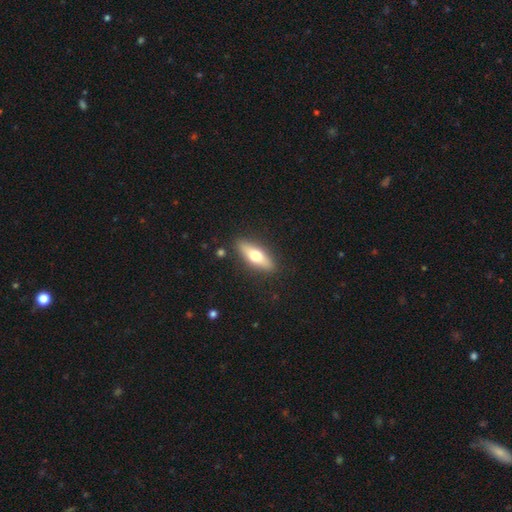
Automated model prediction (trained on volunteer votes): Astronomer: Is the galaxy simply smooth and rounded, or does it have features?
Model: smooth — 58% (runner-up: featured or disk, 36%).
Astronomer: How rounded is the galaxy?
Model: in between — 53% (runner-up: cigar-shaped, 44%).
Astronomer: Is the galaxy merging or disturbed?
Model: none — 87%.